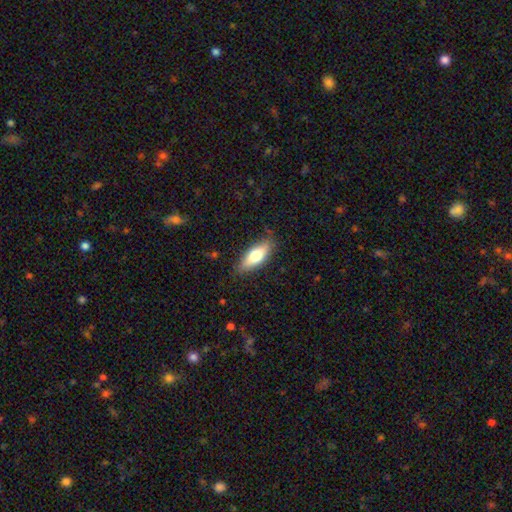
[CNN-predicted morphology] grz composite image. It shows a smooth galaxy with no disk features (67%) that is in between round and cigar-shaped (67%). Merging: none (82%).